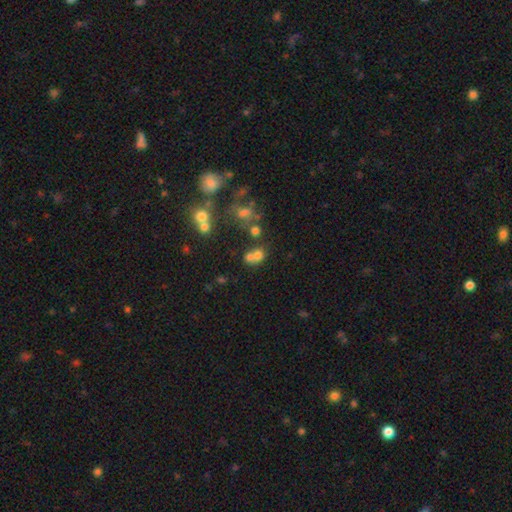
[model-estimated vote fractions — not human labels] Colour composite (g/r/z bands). It shows a smooth galaxy with no disk features (64%) that is round (70%). Merging: merger (50%).